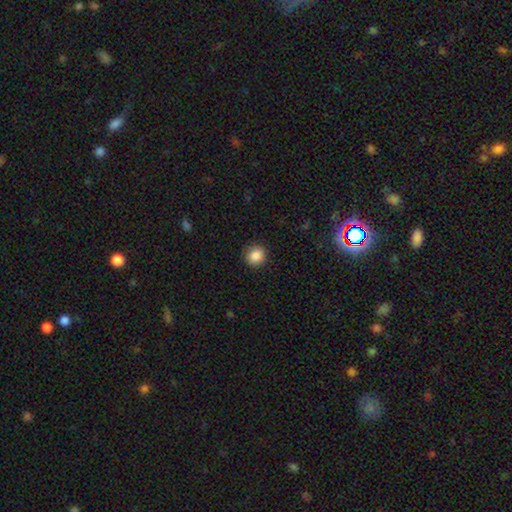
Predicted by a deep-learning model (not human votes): Morphology: type=smooth (87%); roundness=round (84%); merging=none (89%).